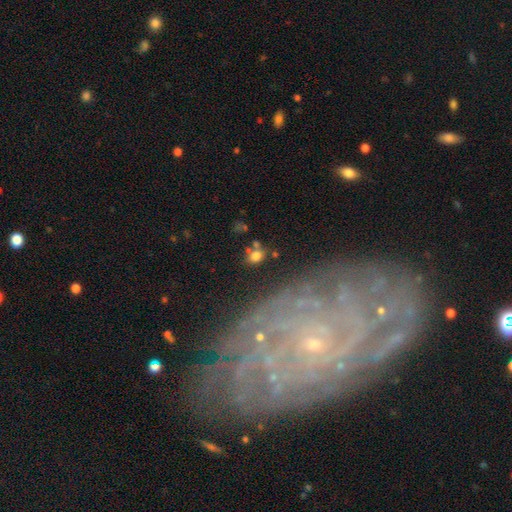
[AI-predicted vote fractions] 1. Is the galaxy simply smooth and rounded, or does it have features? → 75% smooth, 14% star or artifact, 12% featured or disk.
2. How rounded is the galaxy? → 55% round, 43% in between, 2% cigar-shaped.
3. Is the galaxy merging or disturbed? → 67% none, 14% minor disturbance, 13% merger, 6% major disturbance.